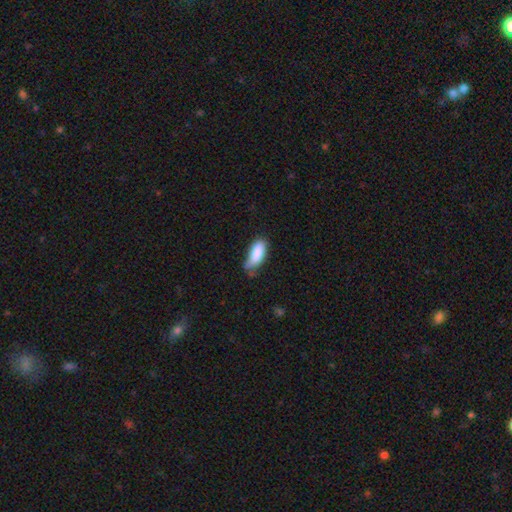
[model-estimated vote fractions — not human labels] smooth-or-featured: smooth: 85% | featured or disk: 9% | star or artifact: 7%
  how-rounded: in between: 80% | cigar-shaped: 18% | round: 2%
  merging: none: 45% | minor disturbance: 39% | major disturbance: 10% | merger: 5%